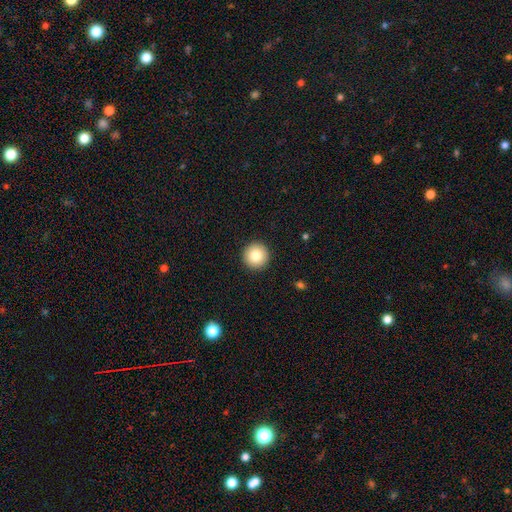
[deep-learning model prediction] Smooth or featured?
  - smooth: 81% *
  - star or artifact: 10%
  - featured or disk: 9%
How rounded?
  - round: 97% *
  - in between: 2%
  - cigar-shaped: 1%
Merging?
  - none: 93% *
  - minor disturbance: 4%
  - major disturbance: 1%
  - merger: 1%